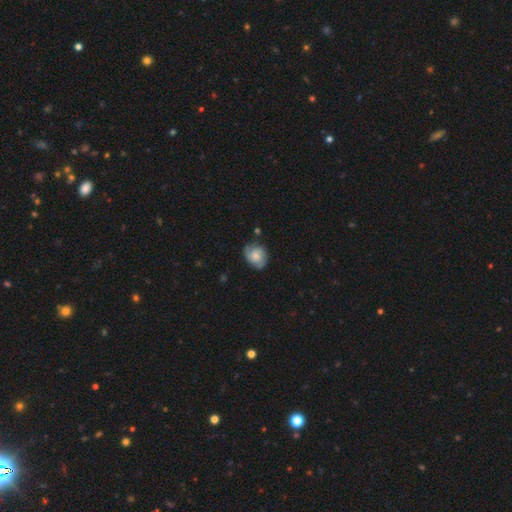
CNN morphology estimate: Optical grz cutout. It shows a featured or disk galaxy (56%) with no bar (73%), spiral arms (89%) and a moderate central bulge (45%). Merging: none (68%).